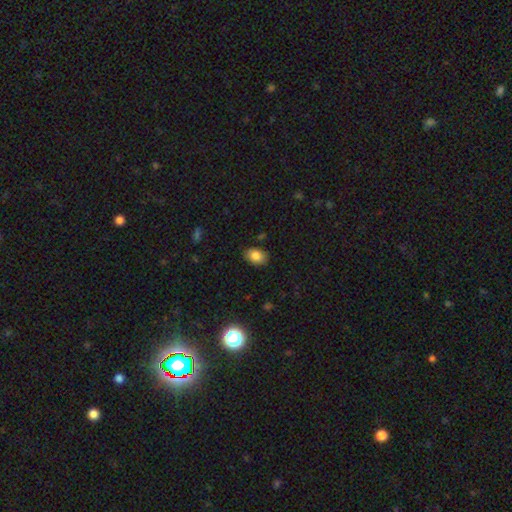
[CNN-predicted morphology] Smooth or featured? Predicted: smooth (p=0.84). How rounded? Predicted: in between (p=0.81). Merging? Predicted: none (p=0.85).